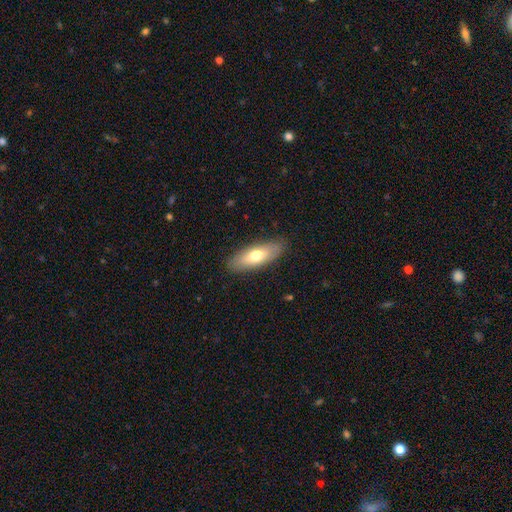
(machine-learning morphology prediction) A smooth galaxy with no disk features (66%) that is in between round and cigar-shaped (63%). Merging: none (87%).